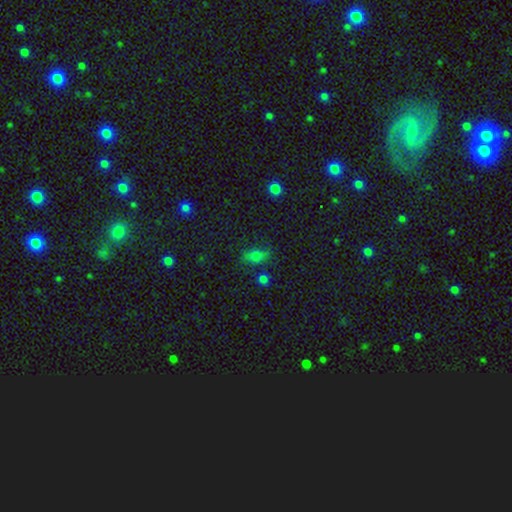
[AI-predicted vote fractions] Smooth or featured?
  - smooth: 72% *
  - star or artifact: 20%
  - featured or disk: 8%
How rounded?
  - in between: 72% *
  - round: 25%
  - cigar-shaped: 3%
Merging?
  - none: 67% *
  - minor disturbance: 19%
  - merger: 7%
  - major disturbance: 6%